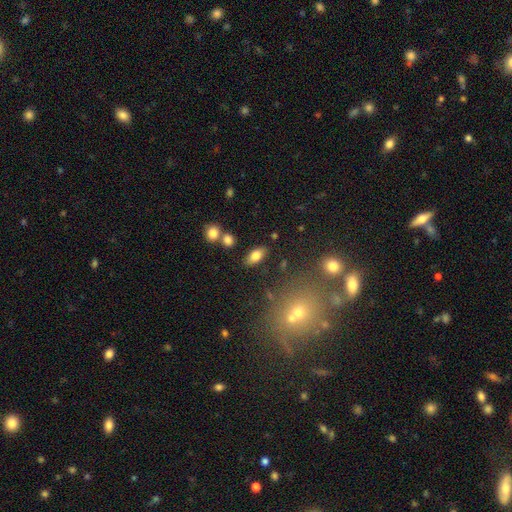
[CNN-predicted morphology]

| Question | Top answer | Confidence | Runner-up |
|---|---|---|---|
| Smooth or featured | smooth | 77% | featured or disk (13%) |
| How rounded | in between | 90% | cigar-shaped (5%) |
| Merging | none | 82% | minor disturbance (10%) |